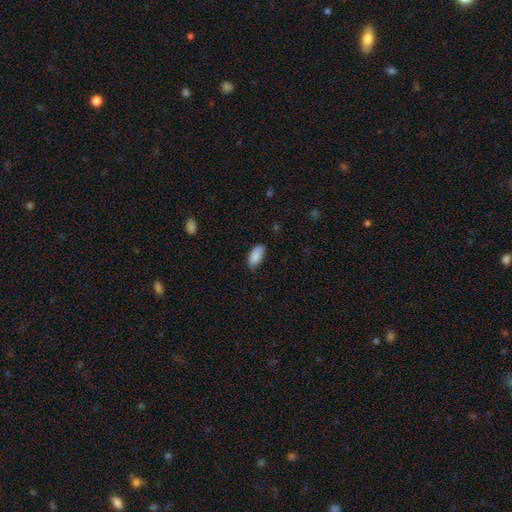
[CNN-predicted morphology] Smooth or featured? smooth (89%)
How rounded? in between (91%)
Merging? none (74%)